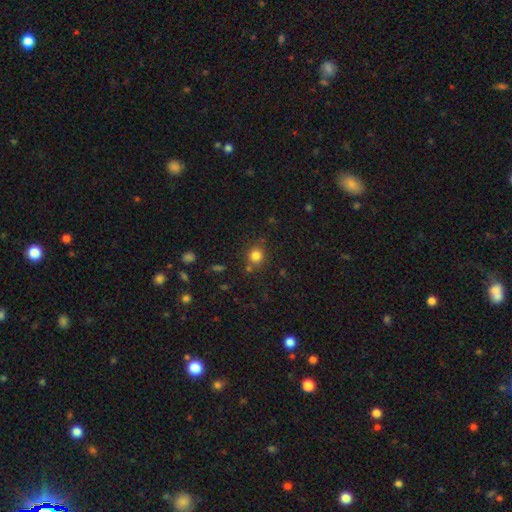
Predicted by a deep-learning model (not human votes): This appears to be a smooth galaxy with no disk features (82%) that is round (85%). Merging: none (76%).